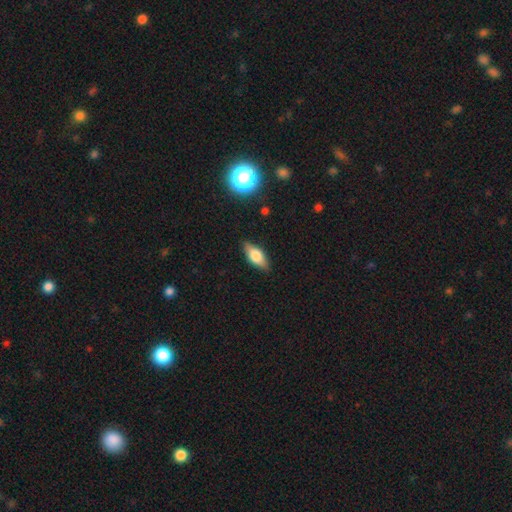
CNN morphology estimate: Smooth or featured?
  - smooth: 66% *
  - featured or disk: 26%
  - star or artifact: 8%
How rounded?
  - in between: 80% *
  - cigar-shaped: 17%
  - round: 4%
Merging?
  - none: 85% *
  - minor disturbance: 11%
  - major disturbance: 2%
  - merger: 1%